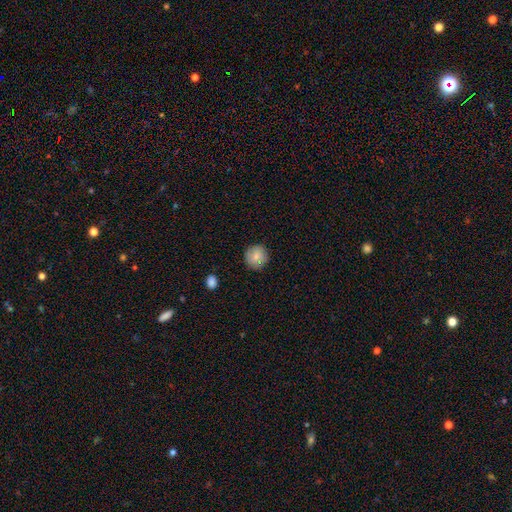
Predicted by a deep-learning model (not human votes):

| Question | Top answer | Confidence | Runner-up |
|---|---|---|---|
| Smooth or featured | smooth | 82% | featured or disk (10%) |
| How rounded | round | 93% | in between (6%) |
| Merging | none | 88% | minor disturbance (9%) |